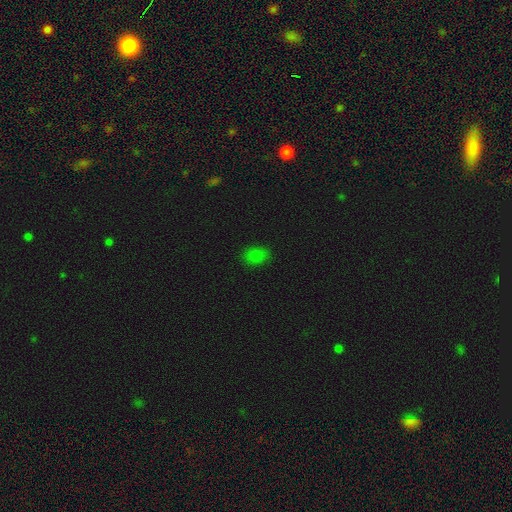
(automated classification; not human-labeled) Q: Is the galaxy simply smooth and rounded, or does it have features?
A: smooth — 79%.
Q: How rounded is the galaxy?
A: in between — 66%.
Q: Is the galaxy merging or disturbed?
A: none — 83%.